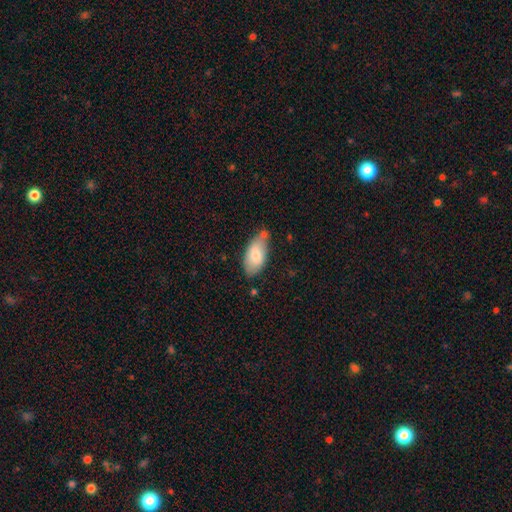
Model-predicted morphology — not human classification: smooth 76%, featured or disk 18%, star or artifact 6%. Down the decision tree: how rounded — in between (93%); merging — none (56%).